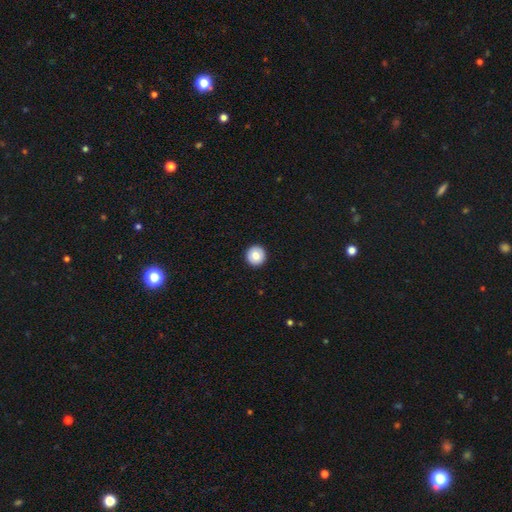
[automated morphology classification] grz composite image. It shows a smooth galaxy with no disk features (82%) that is round (96%). Merging: none (94%).